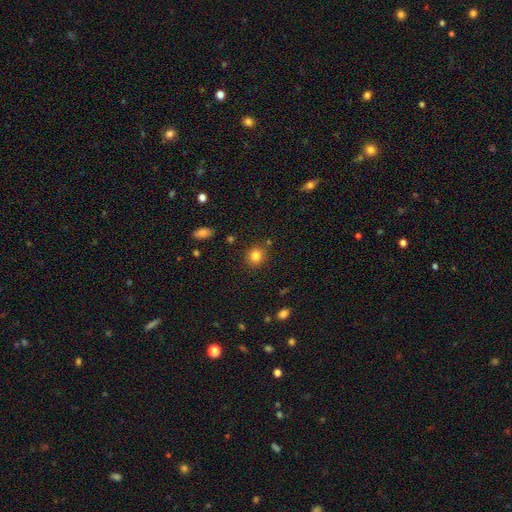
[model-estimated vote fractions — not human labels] Smooth or featured? Predicted: smooth (p=0.82). How rounded? Predicted: round (p=0.79). Merging? Predicted: none (p=0.83).